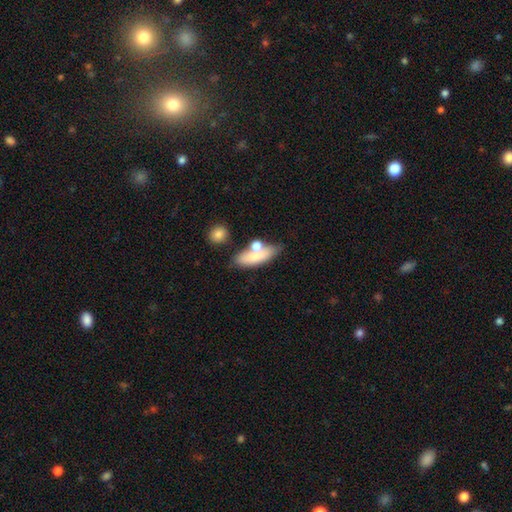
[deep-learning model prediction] Overall: smooth (72%). How rounded: in between (65%; cigar-shaped 30%). Merging: none (54%; merger 22%).